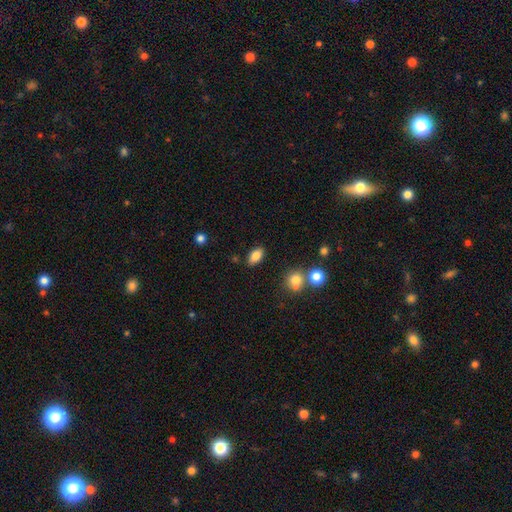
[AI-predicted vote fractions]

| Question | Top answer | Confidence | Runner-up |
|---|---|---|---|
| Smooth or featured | smooth | 83% | star or artifact (9%) |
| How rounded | in between | 90% | round (6%) |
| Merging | none | 85% | minor disturbance (9%) |